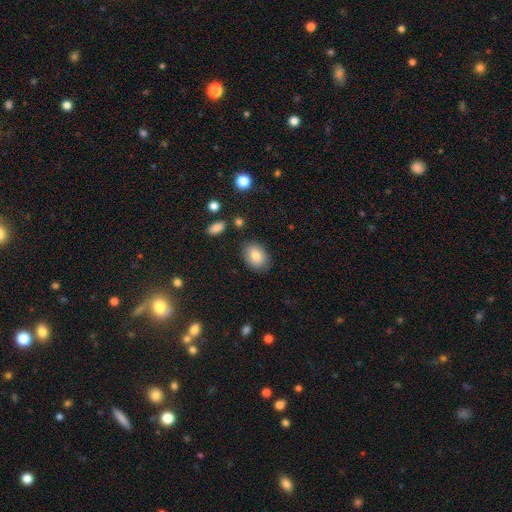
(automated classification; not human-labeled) smooth 81%, featured or disk 10%, star or artifact 8%. Down the decision tree: how rounded — in between (74%); merging — none (83%).